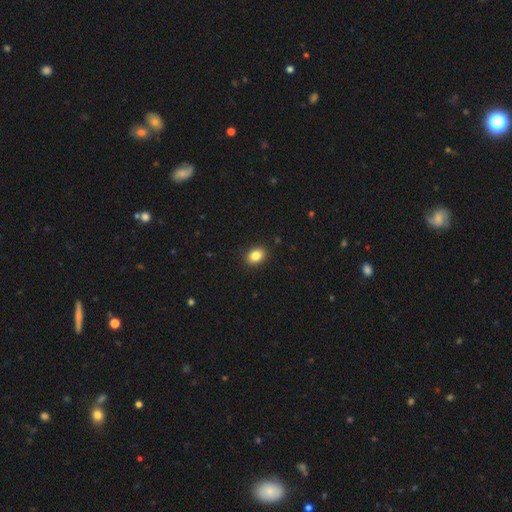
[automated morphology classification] Smooth or featured?
  - smooth: 85% *
  - star or artifact: 9%
  - featured or disk: 5%
How rounded?
  - in between: 69% *
  - round: 30%
  - cigar-shaped: 1%
Merging?
  - none: 91% *
  - minor disturbance: 7%
  - major disturbance: 2%
  - merger: 1%